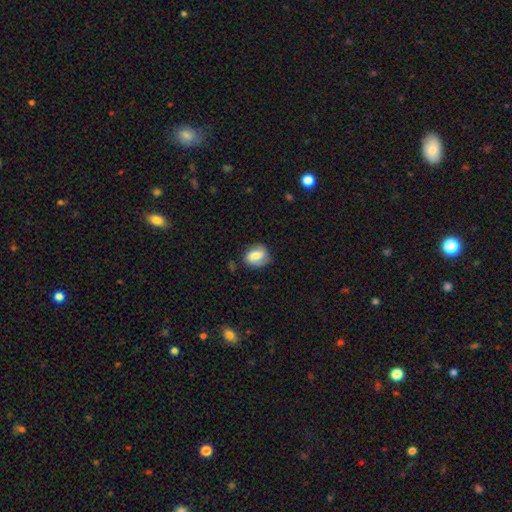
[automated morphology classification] Smooth or featured: smooth — 60% (featured or disk — 32%)
How rounded: in between — 51% (round — 47%)
Merging: none — 67% (minor disturbance — 24%)